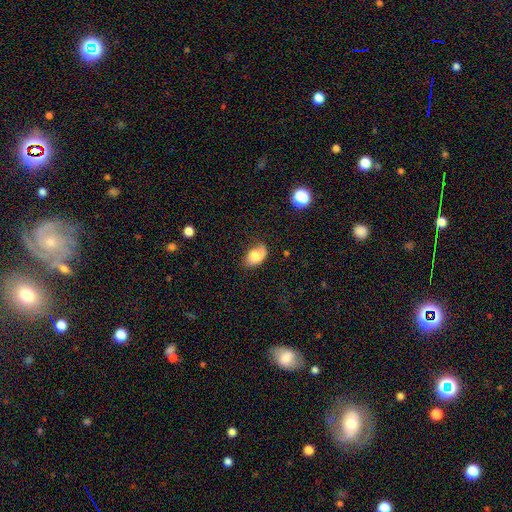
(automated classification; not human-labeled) Overall: smooth (73%). How rounded: in between (87%). Merging: none (55%; minor disturbance 31%).